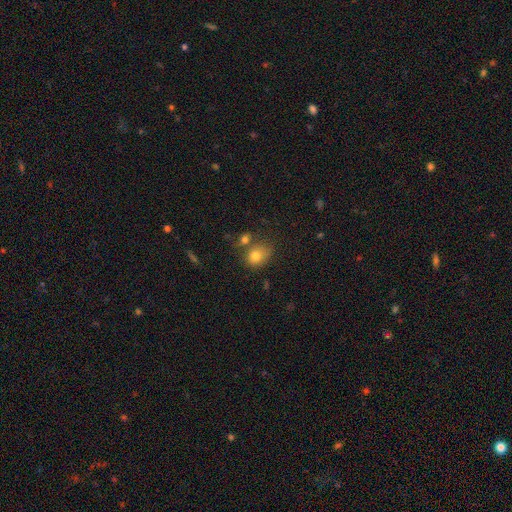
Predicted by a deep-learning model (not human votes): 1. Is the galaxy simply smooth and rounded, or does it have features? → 78% smooth, 11% star or artifact, 11% featured or disk.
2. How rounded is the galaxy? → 55% round, 44% in between, 1% cigar-shaped.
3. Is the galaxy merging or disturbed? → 53% none, 21% merger, 18% minor disturbance, 7% major disturbance.